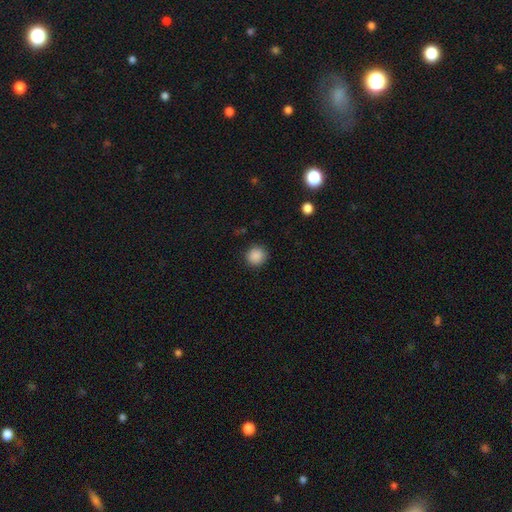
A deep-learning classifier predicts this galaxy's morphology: Smooth or featured: smooth — 88% (star or artifact — 9%)
How rounded: round — 93% (in between — 6%)
Merging: none — 90% (minor disturbance — 6%)